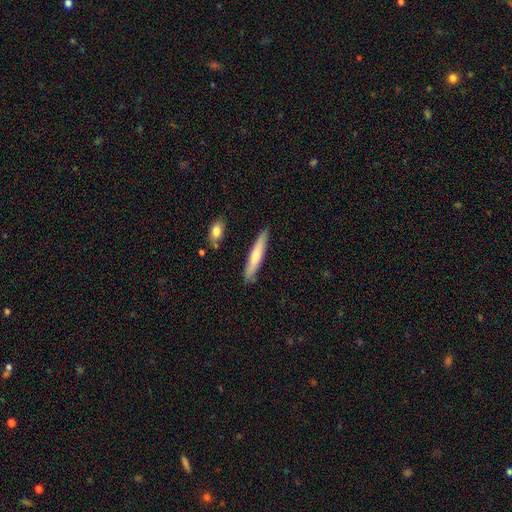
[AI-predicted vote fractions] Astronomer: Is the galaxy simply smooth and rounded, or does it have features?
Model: smooth — 65%.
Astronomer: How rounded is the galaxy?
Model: cigar-shaped — 90%.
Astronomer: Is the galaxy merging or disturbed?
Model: none — 84%.